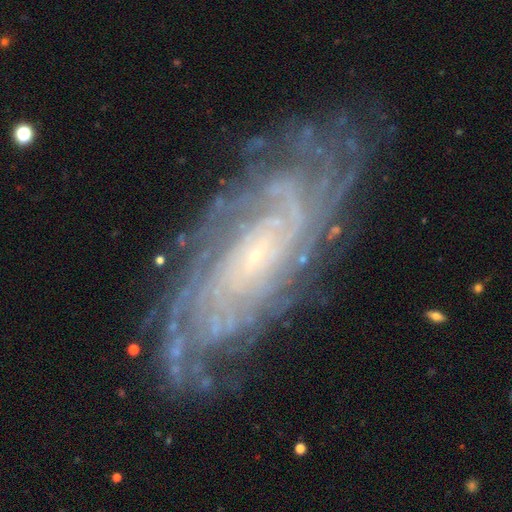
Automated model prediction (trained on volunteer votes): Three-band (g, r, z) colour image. It shows a featured or disk galaxy (88%) with no bar (67%), tight (78%) spiral arms (97%) and a small central bulge (81%). Merging: none (80%).